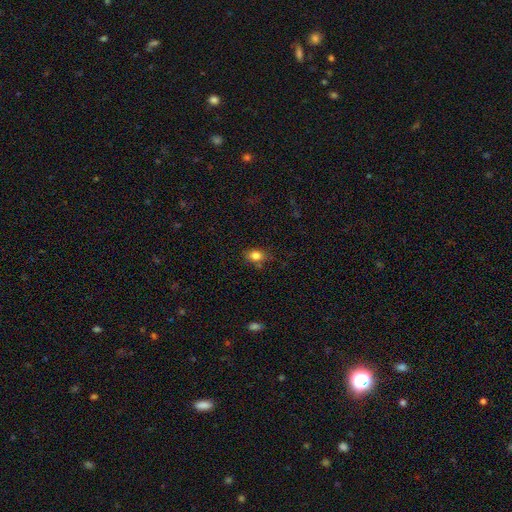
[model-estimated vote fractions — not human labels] Smooth or featured? smooth (83%)
How rounded? in between (60%)
Merging? none (72%)